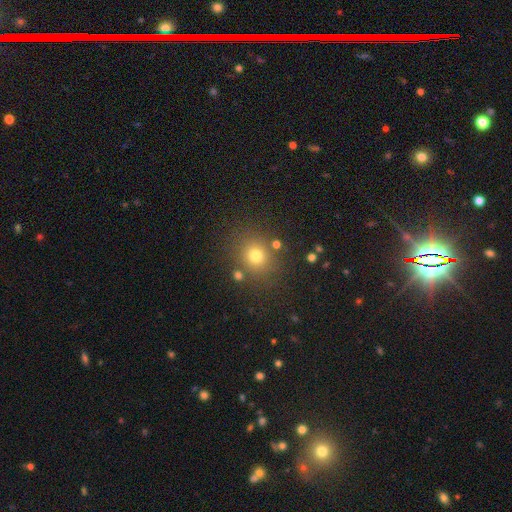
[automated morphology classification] This appears to be a smooth galaxy with no disk features (74%) that is round (80%). Merging: none (82%).